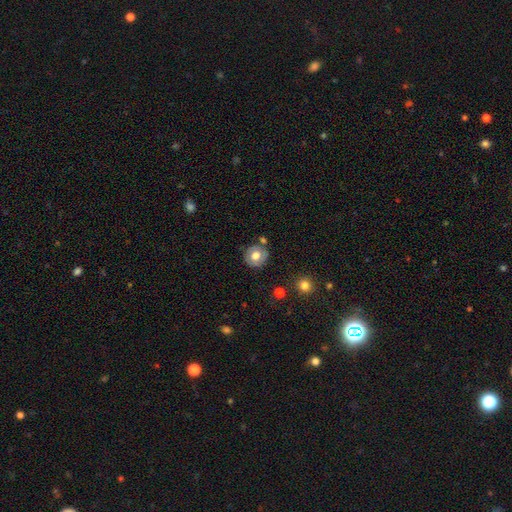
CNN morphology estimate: smooth 66%, featured or disk 26%, star or artifact 8%. Down the decision tree: how rounded — round (89%); merging — none (78%).